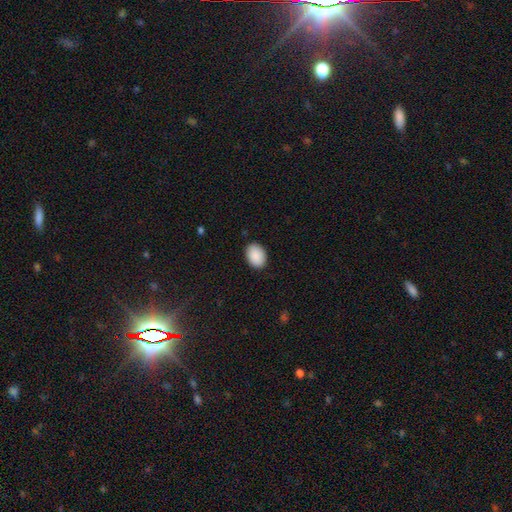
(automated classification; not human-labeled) The model was most divided on "how rounded": in between: 82%, round: 17%, cigar-shaped: 1%. More confident: smooth or featured — smooth (91%); merging — none (89%).